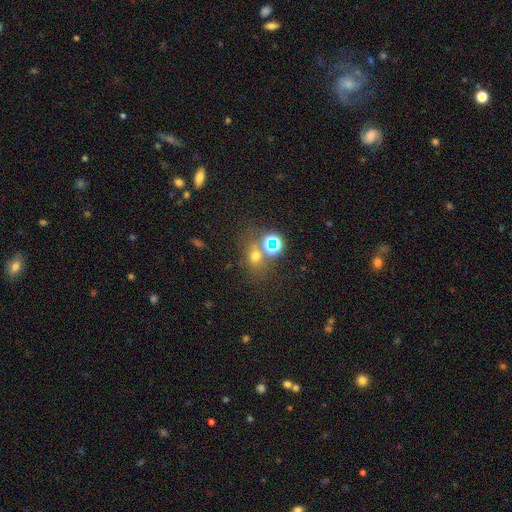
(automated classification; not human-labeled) Smooth or featured? Predicted: smooth (p=0.57). How rounded? Predicted: round (p=0.58). Merging? Predicted: none (p=0.59).